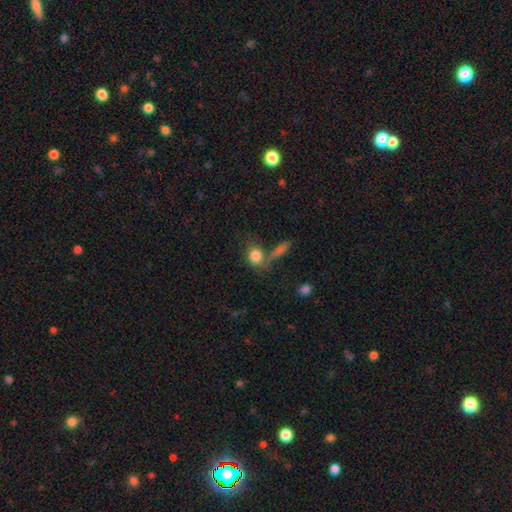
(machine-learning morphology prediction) Smooth or featured? smooth (82%)
How rounded? round (61%)
Merging? none (52%)